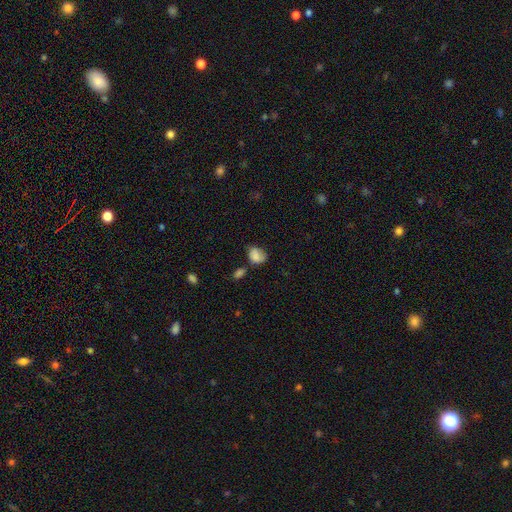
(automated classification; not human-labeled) smooth-or-featured: smooth: 79% | featured or disk: 11% | star or artifact: 9%
  how-rounded: in between: 67% | round: 32% | cigar-shaped: 1%
  merging: none: 45% | minor disturbance: 31% | merger: 13% | major disturbance: 11%